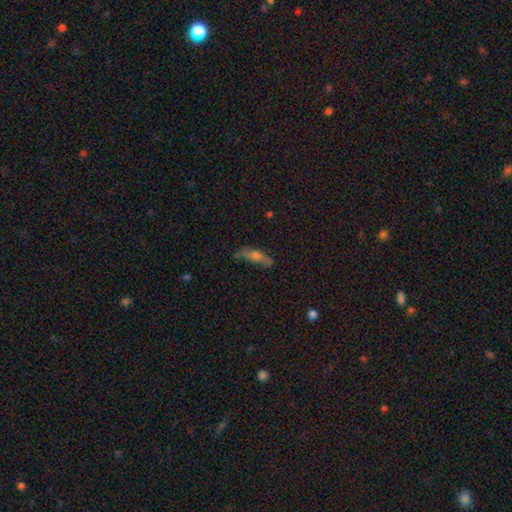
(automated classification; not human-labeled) Q: Smooth or featured?
A: smooth (52%); runner-up: featured or disk (38%)
Q: How rounded?
A: cigar-shaped (54%); runner-up: in between (43%)
Q: Merging?
A: none (66%); runner-up: minor disturbance (23%)